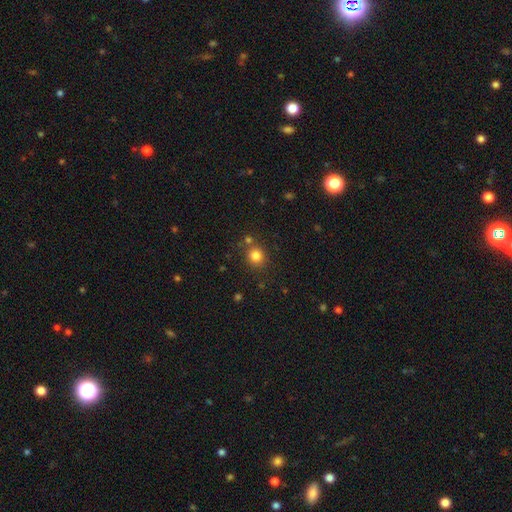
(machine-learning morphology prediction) Q: Smooth or featured?
A: smooth (81%); runner-up: star or artifact (13%)
Q: How rounded?
A: round (85%); runner-up: in between (14%)
Q: Merging?
A: none (77%); runner-up: merger (11%)